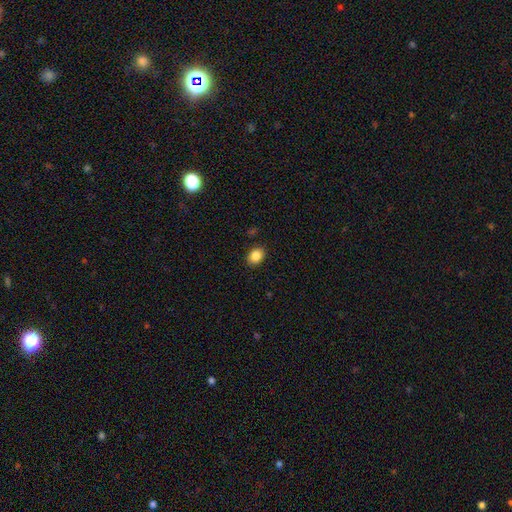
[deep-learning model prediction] The model was most divided on "how rounded": in between: 56%, round: 43%, cigar-shaped: 1%. More confident: merging — none (89%); smooth or featured — smooth (86%).